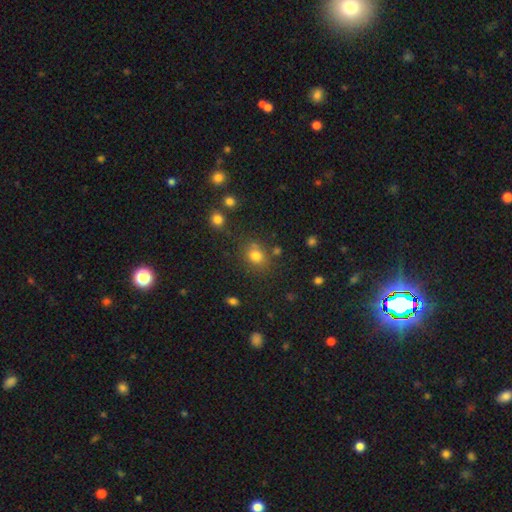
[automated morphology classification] smooth-or-featured: smooth: 78% | star or artifact: 15% | featured or disk: 8%
  how-rounded: round: 65% | in between: 34% | cigar-shaped: 1%
  merging: none: 70% | minor disturbance: 14% | merger: 10% | major disturbance: 5%